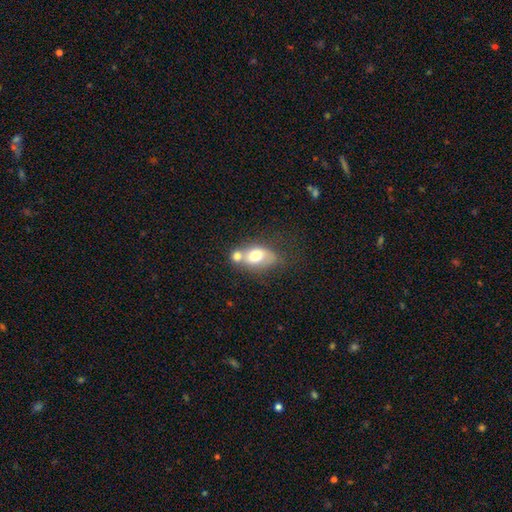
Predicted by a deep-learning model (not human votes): Q: Smooth or featured?
A: smooth (69%); runner-up: featured or disk (23%)
Q: How rounded?
A: in between (76%); runner-up: round (21%)
Q: Merging?
A: merger (53%); runner-up: none (26%)